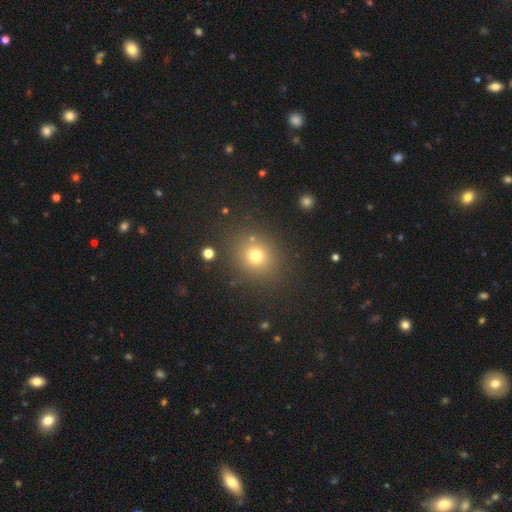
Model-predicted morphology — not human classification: smooth-or-featured: smooth: 73% | star or artifact: 19% | featured or disk: 8%
  how-rounded: round: 77% | in between: 22% | cigar-shaped: 1%
  merging: none: 84% | minor disturbance: 9% | major disturbance: 4% | merger: 4%